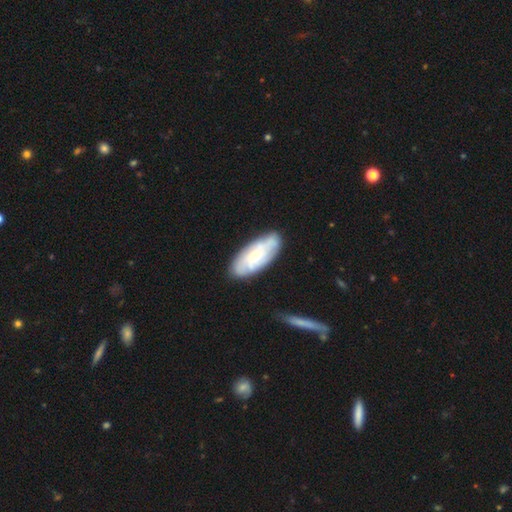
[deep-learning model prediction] A featured or disk galaxy (54%).

Vote fractions:
- Smooth or featured? featured or disk: 54% / smooth: 41% / star or artifact: 5%
- Edge-on disk? no: 88% / yes: 12%
- Merging? none: 77% / minor disturbance: 17% / major disturbance: 4% / merger: 3%